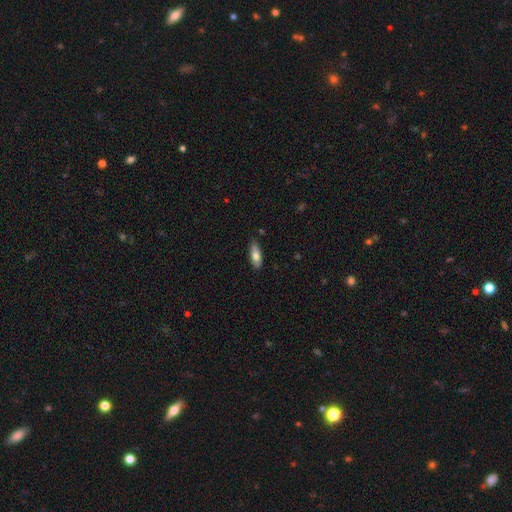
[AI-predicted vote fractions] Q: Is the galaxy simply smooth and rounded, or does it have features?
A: smooth — 78%.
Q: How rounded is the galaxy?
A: in between — 67%.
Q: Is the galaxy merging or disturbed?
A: none — 75%.